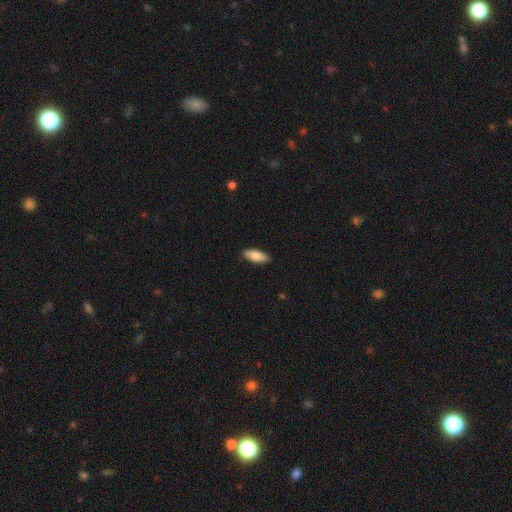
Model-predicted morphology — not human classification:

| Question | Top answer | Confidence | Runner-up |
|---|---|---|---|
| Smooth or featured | smooth | 85% | featured or disk (10%) |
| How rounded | in between | 76% | cigar-shaped (22%) |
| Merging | none | 88% | minor disturbance (9%) |